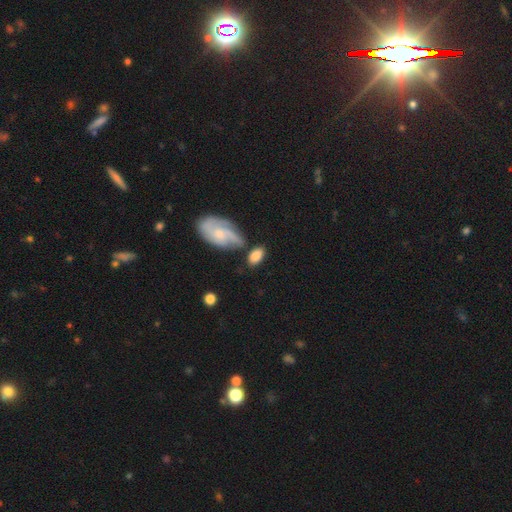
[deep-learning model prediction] Morphology: type=smooth (74%); roundness=in between (89%); merging=none (55%).